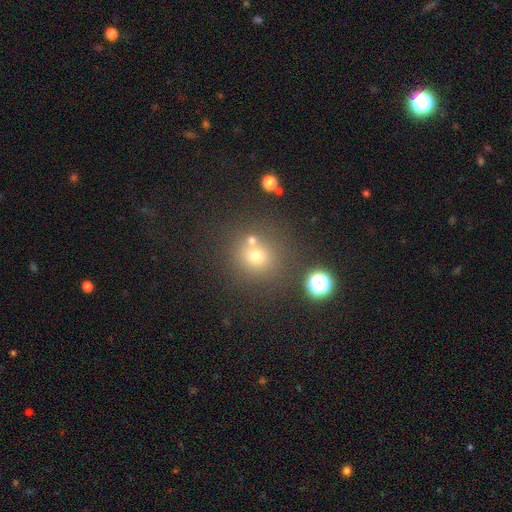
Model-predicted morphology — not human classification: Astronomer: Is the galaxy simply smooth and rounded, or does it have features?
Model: smooth — 66%.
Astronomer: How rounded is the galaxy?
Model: round — 90%.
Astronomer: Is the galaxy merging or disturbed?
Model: none — 68%.